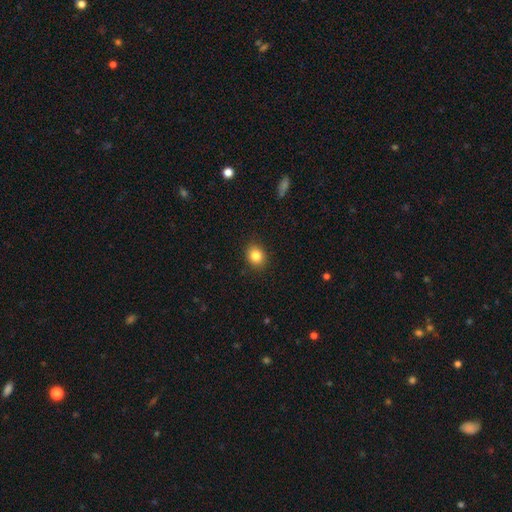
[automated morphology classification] This is clearly a smooth galaxy (83%). How rounded: likely round (64%). Merging: clearly none (89%).